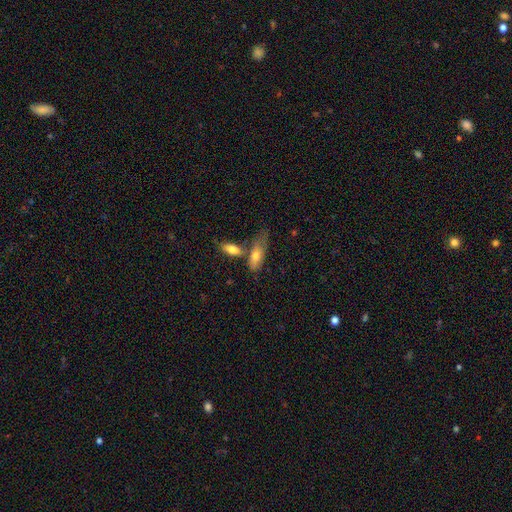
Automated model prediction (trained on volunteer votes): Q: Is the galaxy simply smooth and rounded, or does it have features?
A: smooth — 70%.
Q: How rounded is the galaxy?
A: in between — 74%.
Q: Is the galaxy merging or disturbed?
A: none — 39%.